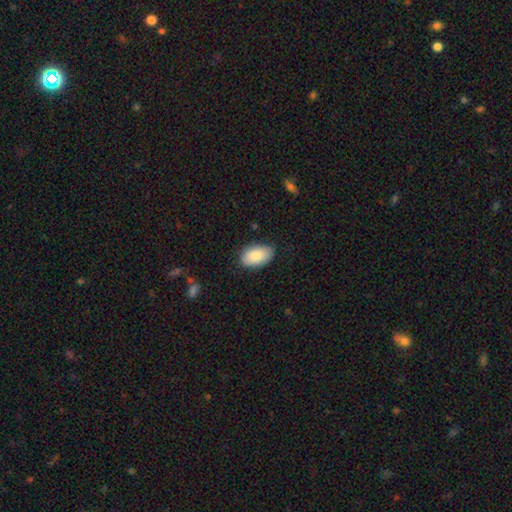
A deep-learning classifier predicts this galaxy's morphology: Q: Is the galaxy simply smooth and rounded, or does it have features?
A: smooth — 86%.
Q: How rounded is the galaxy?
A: in between — 94%.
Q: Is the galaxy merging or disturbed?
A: none — 82%.